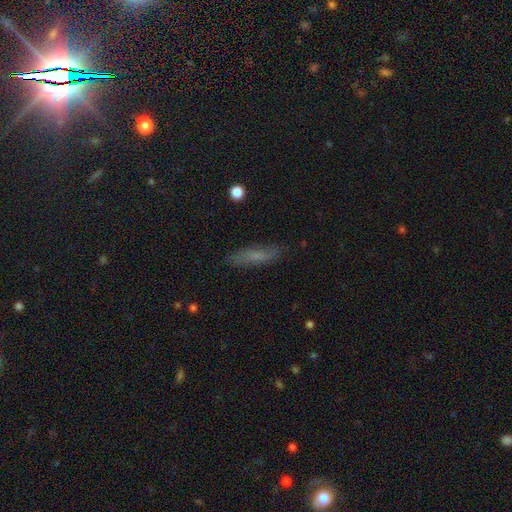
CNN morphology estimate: Smooth or featured?
  - smooth: 58% *
  - featured or disk: 31%
  - star or artifact: 11%
How rounded?
  - cigar-shaped: 70% *
  - in between: 27%
  - round: 3%
Merging?
  - none: 82% *
  - minor disturbance: 13%
  - major disturbance: 3%
  - merger: 1%